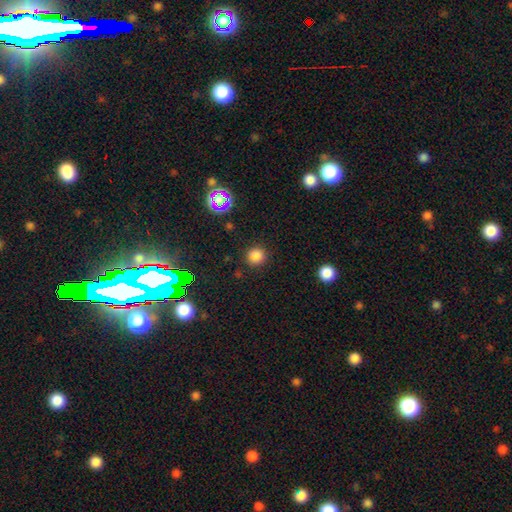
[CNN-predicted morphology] This is likely a smooth galaxy (80%). How rounded: clearly round (89%). Merging: clearly none (87%).